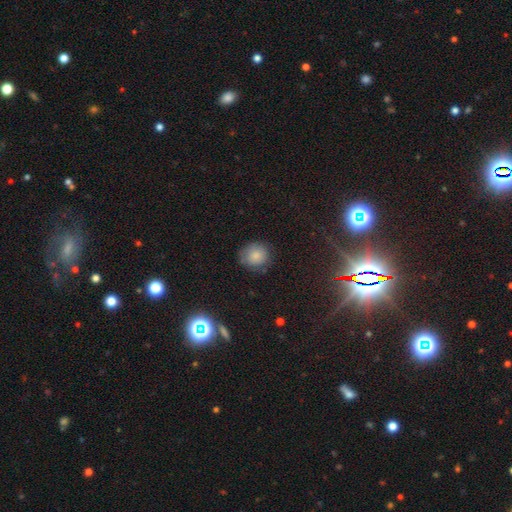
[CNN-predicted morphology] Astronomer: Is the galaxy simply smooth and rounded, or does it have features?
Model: smooth — 81%.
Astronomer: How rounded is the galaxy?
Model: round — 87%.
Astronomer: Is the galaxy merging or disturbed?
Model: none — 75%.